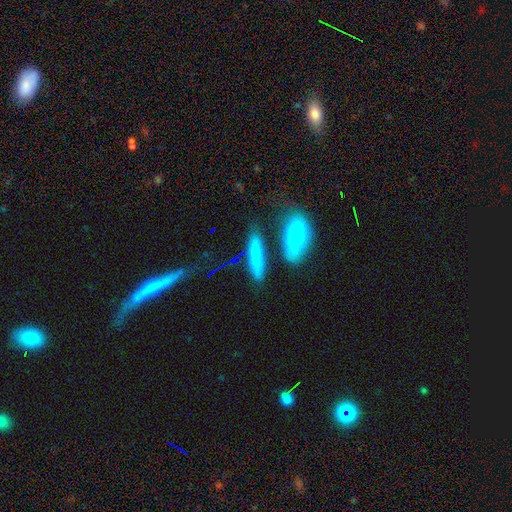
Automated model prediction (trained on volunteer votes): Smooth or featured: smooth — 67% (featured or disk — 23%)
How rounded: cigar-shaped — 69% (in between — 27%)
Merging: none — 69% (minor disturbance — 15%)